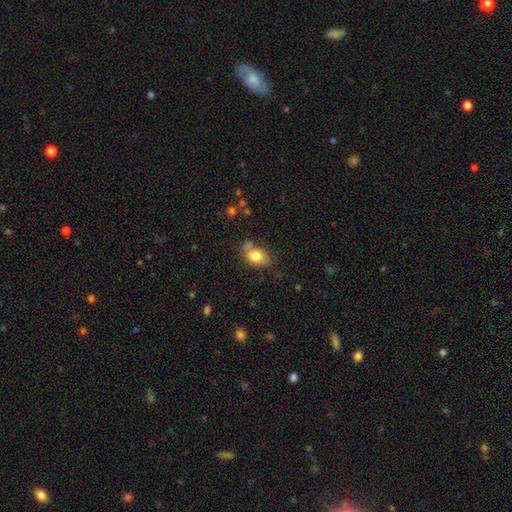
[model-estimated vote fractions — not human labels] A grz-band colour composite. It shows a smooth galaxy with no disk features (79%) that is in between round and cigar-shaped (82%). Merging: none (54%).